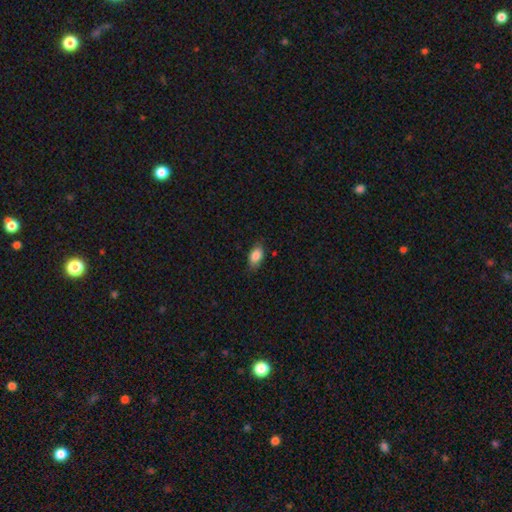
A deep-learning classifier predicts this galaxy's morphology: Smooth or featured? Predicted: smooth (p=0.85). How rounded? Predicted: in between (p=0.90). Merging? Predicted: none (p=0.80).